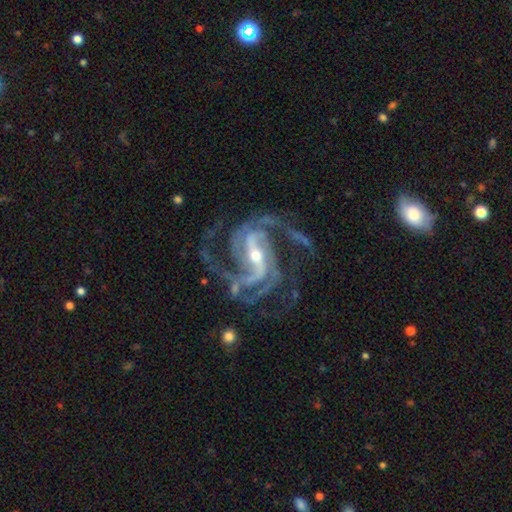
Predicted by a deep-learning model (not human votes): The model was most divided on "spiral arm count" (2-way tie): 3: 35%, 2: 35%, 4: 12%, can't tell: 7%, more than 4: 5%, 1: 5%. More confident: spiral arms — yes (99%); edge-on disk — no (98%); smooth or featured — featured or disk (94%); bar — strong (63%); merging — none (62%); spiral winding — medium (57%); bulge size — small (56%).